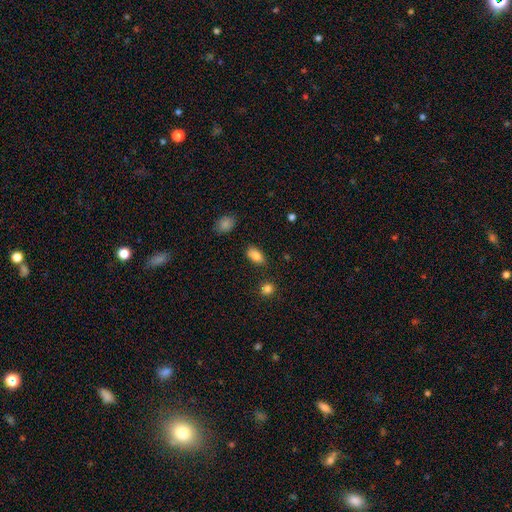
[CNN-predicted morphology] A smooth galaxy with no disk features (83%) that is in between round and cigar-shaped (90%).

Vote fractions:
- Smooth or featured? smooth: 83% / featured or disk: 9% / star or artifact: 9%
- How rounded? in between: 90% / round: 6% / cigar-shaped: 4%
- Merging? none: 78% / minor disturbance: 15% / merger: 3% / major disturbance: 3%